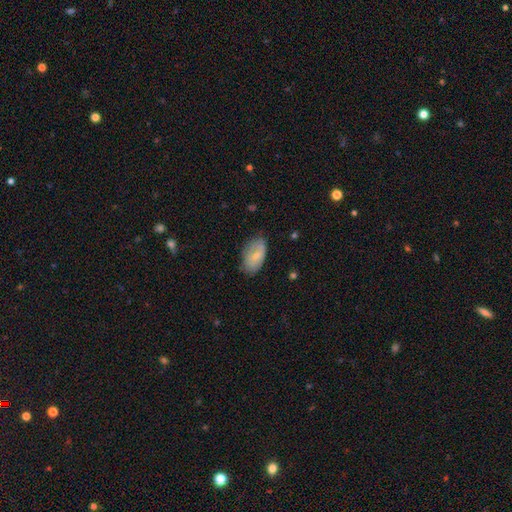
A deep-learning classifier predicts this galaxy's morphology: Smooth or featured?
  - smooth: 65% *
  - featured or disk: 28%
  - star or artifact: 7%
How rounded?
  - in between: 94% *
  - round: 4%
  - cigar-shaped: 2%
Merging?
  - none: 67% *
  - minor disturbance: 25%
  - major disturbance: 6%
  - merger: 1%